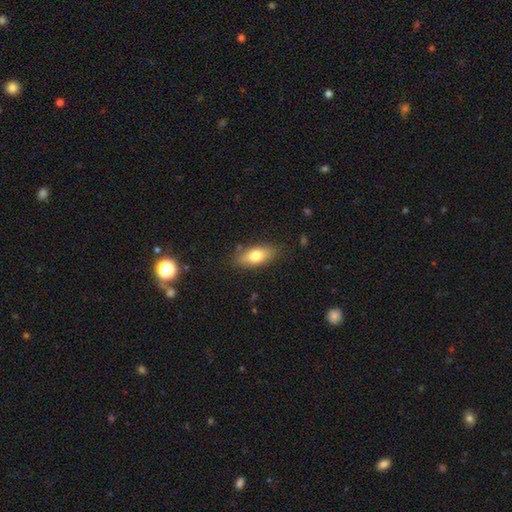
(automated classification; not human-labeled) A smooth galaxy with no disk features (75%) that is in between round and cigar-shaped (82%). Merging: none (83%).